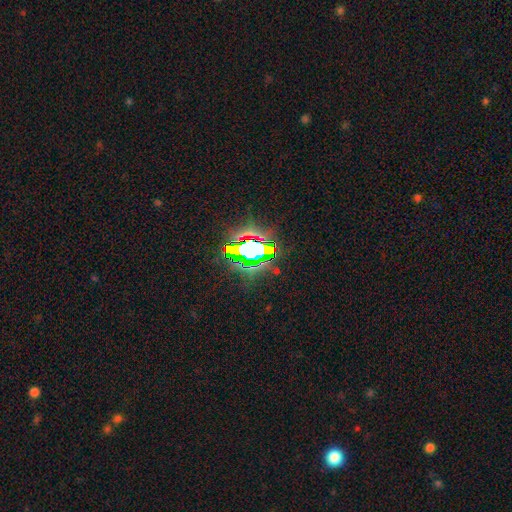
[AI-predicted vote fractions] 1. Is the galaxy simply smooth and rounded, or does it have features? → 72% star or artifact, 14% smooth, 14% featured or disk.